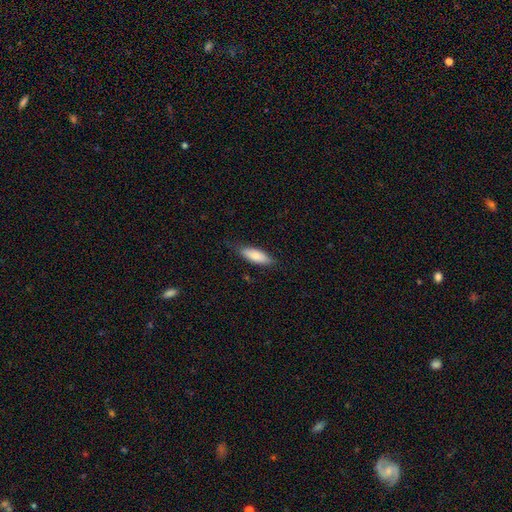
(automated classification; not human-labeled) smooth 80%, featured or disk 14%, star or artifact 6%. Down the decision tree: how rounded — in between (69%); merging — none (77%).